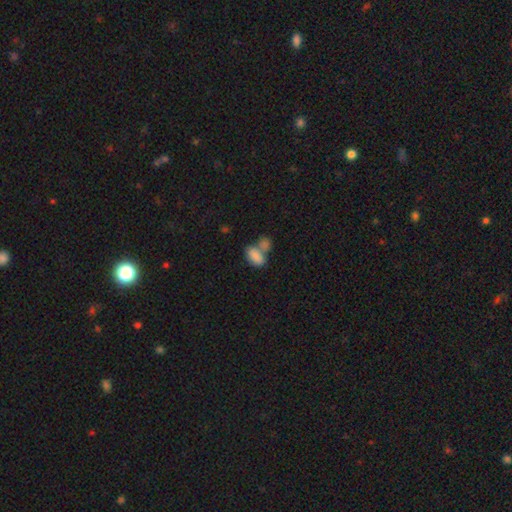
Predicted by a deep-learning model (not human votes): Smooth or featured?
  - smooth: 84% *
  - featured or disk: 9%
  - star or artifact: 8%
How rounded?
  - in between: 92% *
  - round: 6%
  - cigar-shaped: 3%
Merging?
  - merger: 57% *
  - none: 29%
  - minor disturbance: 9%
  - major disturbance: 5%